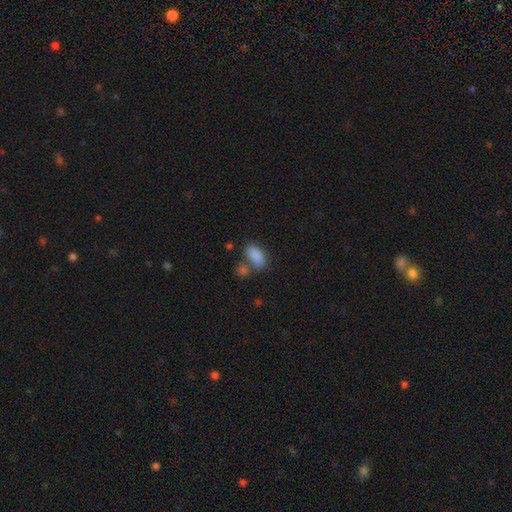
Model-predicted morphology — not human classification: A smooth galaxy with no disk features (85%) that is in between round and cigar-shaped (88%).

Vote fractions:
- Smooth or featured? smooth: 85% / star or artifact: 9% / featured or disk: 7%
- How rounded? in between: 88% / cigar-shaped: 7% / round: 5%
- Merging? none: 48% / merger: 30% / minor disturbance: 15% / major disturbance: 7%